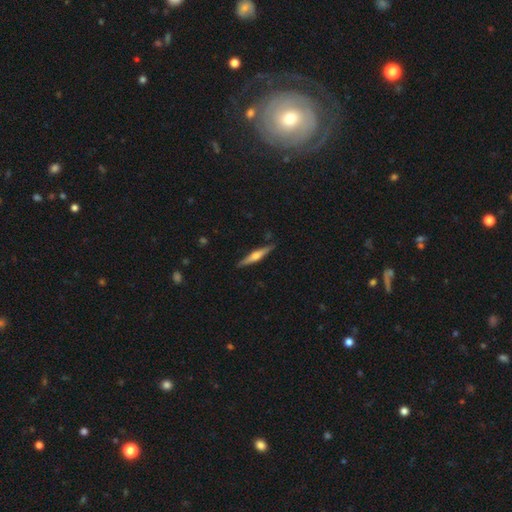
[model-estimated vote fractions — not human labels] Smooth or featured: featured or disk — 64% (smooth — 31%)
Edge-on disk: yes — 97% (no — 3%)
Edge-on bulge: rounded — 86% (boxy — 9%)
Merging: none — 88% (minor disturbance — 9%)